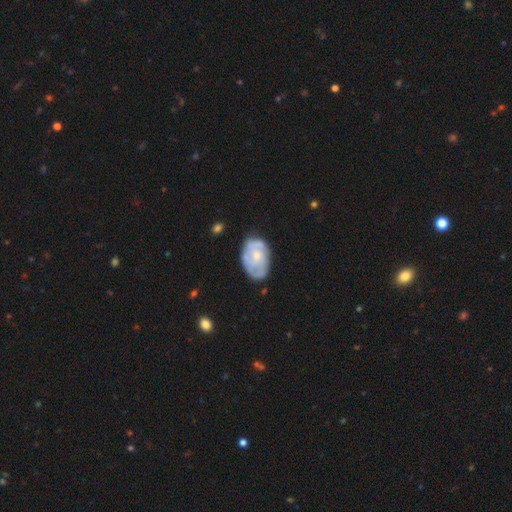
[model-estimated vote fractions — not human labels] Smooth or featured?
  - featured or disk: 61% *
  - smooth: 33%
  - star or artifact: 5%
Edge-on disk?
  - no: 96% *
  - yes: 4%
Bar?
  - no: 81% *
  - weak: 17%
  - strong: 2%
Spiral arms?
  - yes: 67% *
  - no: 33%
Bulge size?
  - small: 52% *
  - moderate: 42%
  - none: 3%
  - large: 2%
  - dominant: 1%
Merging?
  - none: 65% *
  - minor disturbance: 25%
  - major disturbance: 8%
  - merger: 2%